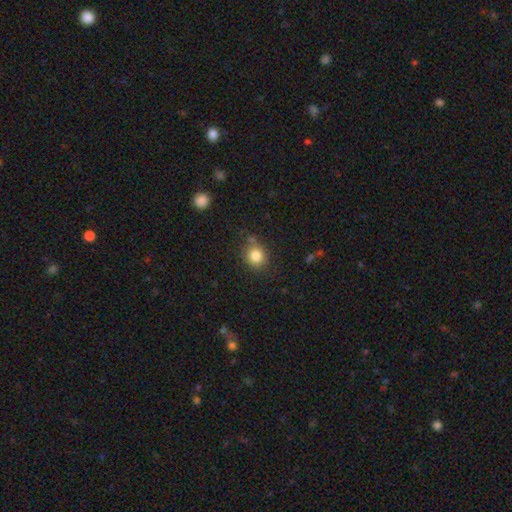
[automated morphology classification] A smooth galaxy with no disk features (83%) that is round (80%). Merging: none (77%).